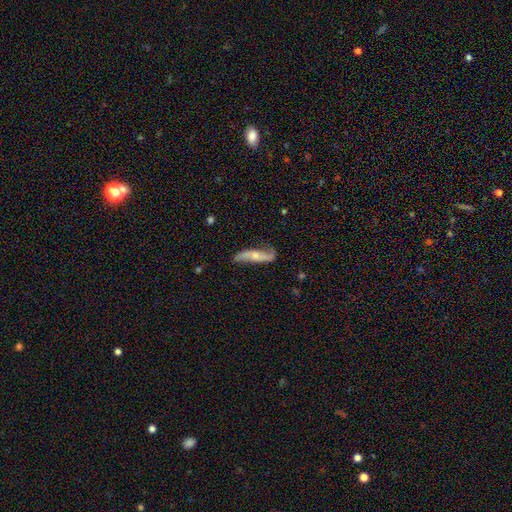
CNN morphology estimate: Smooth or featured? featured or disk (71%)
Edge-on disk? no (78%)
Bar? no (58%)
Spiral arms? yes (91%)
Spiral winding? loose (81%)
Spiral arm count? 2 (90%)
Bulge size? small (49%)
Merging? none (68%)